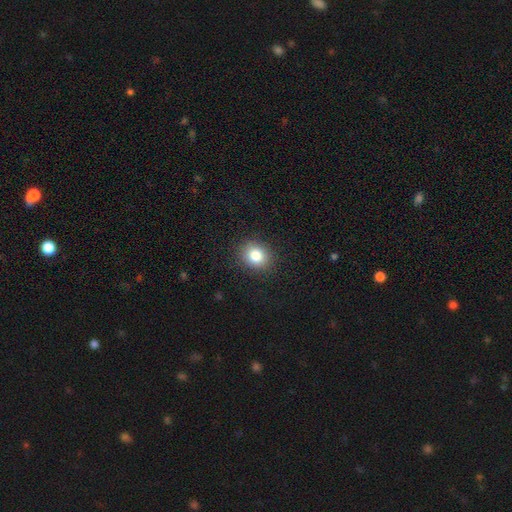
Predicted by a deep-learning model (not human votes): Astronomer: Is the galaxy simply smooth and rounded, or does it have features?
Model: smooth — 83%.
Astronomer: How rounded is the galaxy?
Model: round — 70%.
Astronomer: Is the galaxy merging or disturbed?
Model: none — 89%.